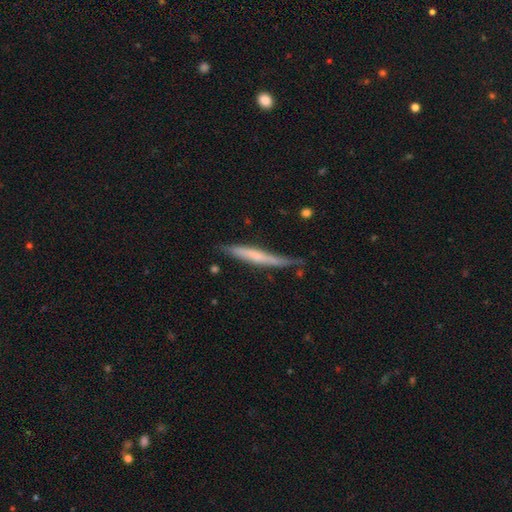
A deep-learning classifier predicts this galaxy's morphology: type=smooth (52%); roundness=cigar-shaped (95%); merging=none (64%).